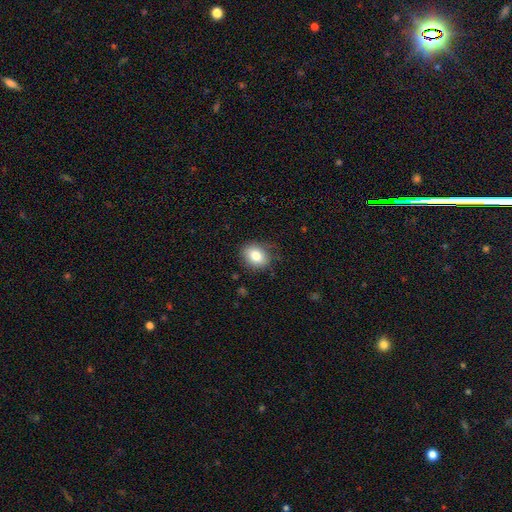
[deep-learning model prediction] Smooth or featured: smooth — 82% (star or artifact — 9%)
How rounded: in between — 52% (round — 47%)
Merging: none — 78% (minor disturbance — 16%)